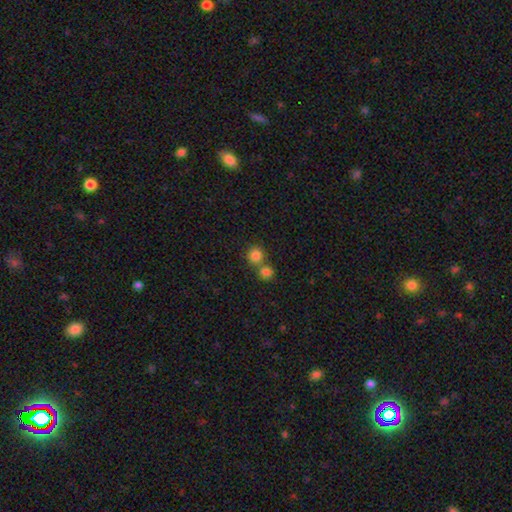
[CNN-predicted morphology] smooth 82%, star or artifact 12%, featured or disk 6%. Down the decision tree: how rounded — round (90%); merging — none (55%).